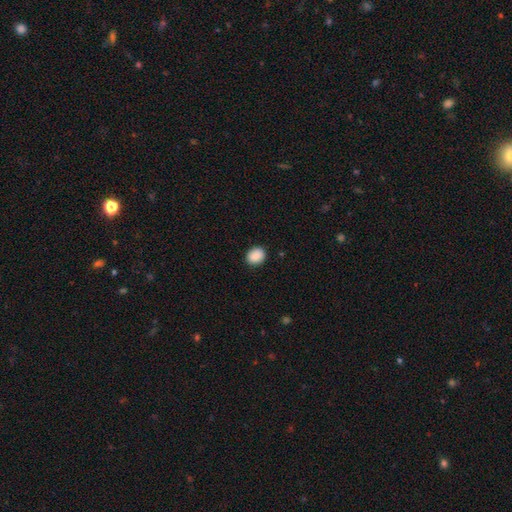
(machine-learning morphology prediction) Smooth or featured? Predicted: smooth (p=0.90). How rounded? Predicted: round (p=0.50). Merging? Predicted: none (p=0.88).